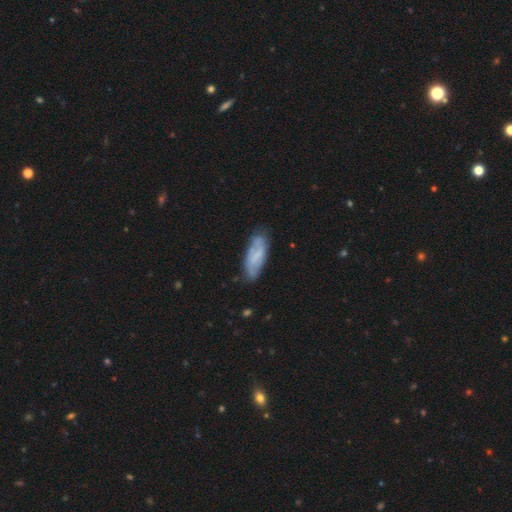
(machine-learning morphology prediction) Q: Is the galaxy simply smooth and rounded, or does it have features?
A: smooth — 49%.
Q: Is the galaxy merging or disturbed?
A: none — 68%.